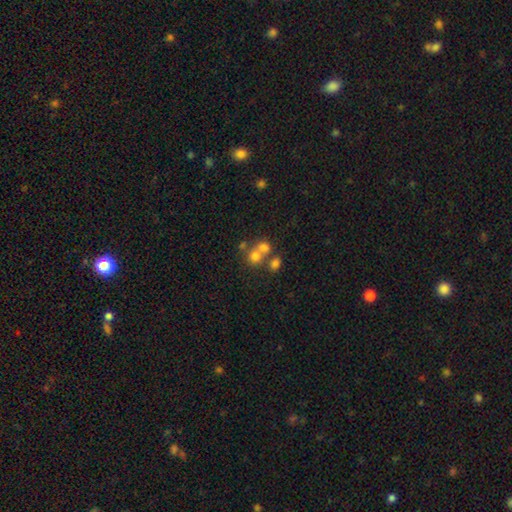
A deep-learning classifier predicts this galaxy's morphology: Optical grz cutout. It shows a smooth galaxy with no disk features (66%) that is round (76%). Merging: merger (49%).